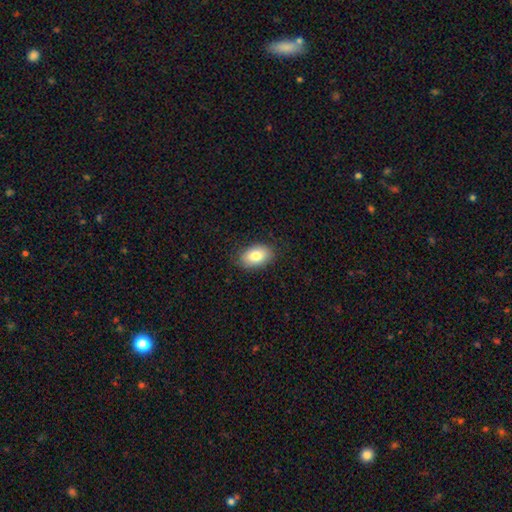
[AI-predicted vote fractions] smooth 82%, featured or disk 11%, star or artifact 8%. Down the decision tree: how rounded — in between (89%); merging — none (85%).